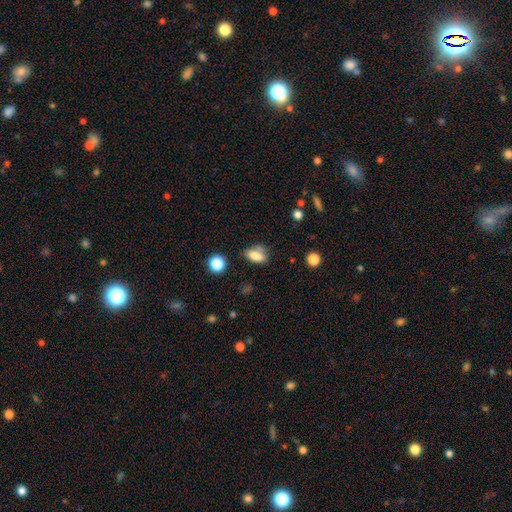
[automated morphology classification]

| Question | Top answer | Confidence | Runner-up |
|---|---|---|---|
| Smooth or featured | smooth | 77% | featured or disk (12%) |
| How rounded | in between | 82% | cigar-shaped (9%) |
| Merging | none | 56% | minor disturbance (26%) |